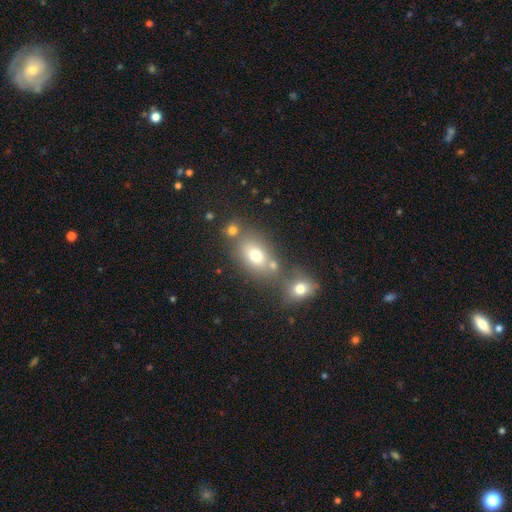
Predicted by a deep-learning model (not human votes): Overall: smooth (73%). How rounded: in between (70%). Merging: none (49%; merger 34%).